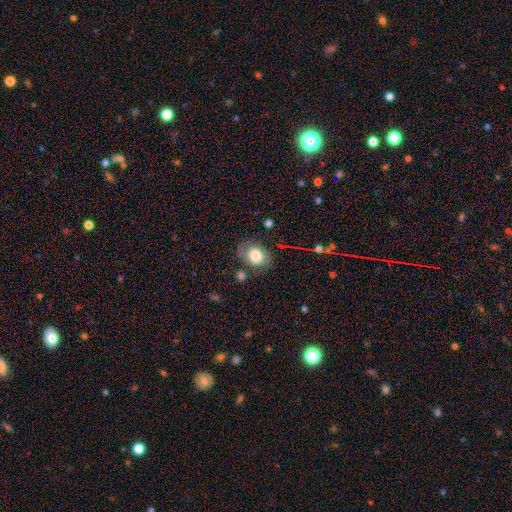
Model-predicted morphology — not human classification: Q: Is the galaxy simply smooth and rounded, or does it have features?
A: smooth — 65%.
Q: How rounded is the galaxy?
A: in between — 58%.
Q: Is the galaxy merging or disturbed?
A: none — 70%.